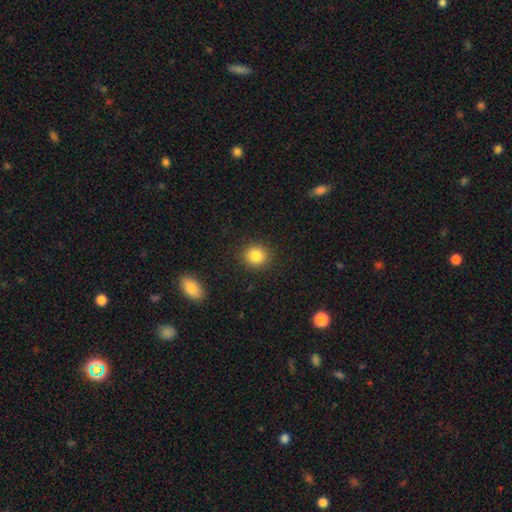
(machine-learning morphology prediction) Smooth or featured? smooth (84%)
How rounded? round (85%)
Merging? none (90%)